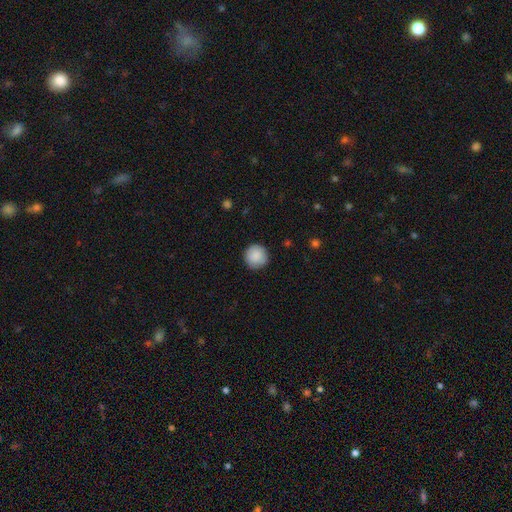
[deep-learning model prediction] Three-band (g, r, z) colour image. It shows a smooth galaxy with no disk features (89%) that is round (95%). Merging: none (90%).